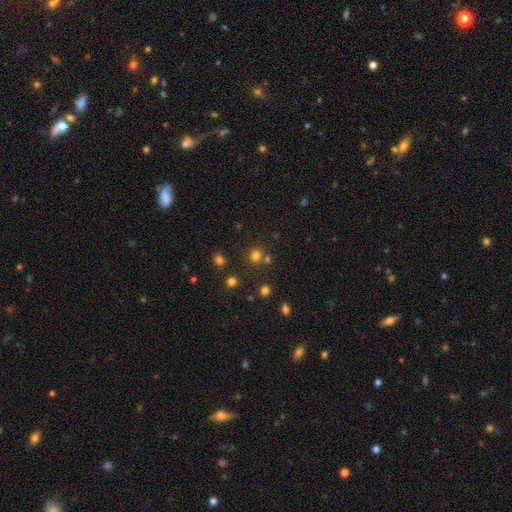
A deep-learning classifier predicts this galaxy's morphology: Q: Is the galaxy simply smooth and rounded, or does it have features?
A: smooth — 72%.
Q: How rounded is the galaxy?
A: round — 90%.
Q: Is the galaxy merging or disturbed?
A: none — 74%.